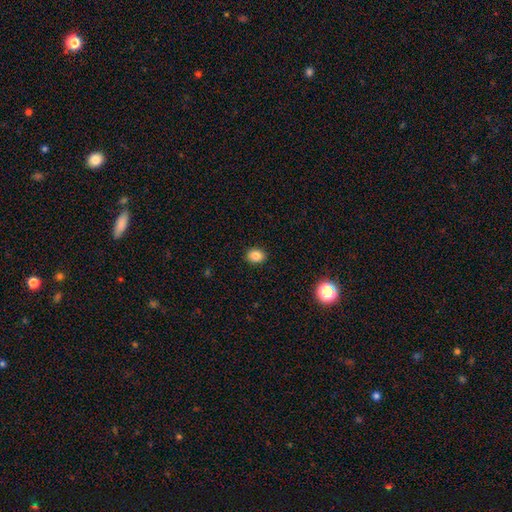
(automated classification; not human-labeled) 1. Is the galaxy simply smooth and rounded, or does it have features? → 85% smooth, 10% star or artifact, 5% featured or disk.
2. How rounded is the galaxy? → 53% in between, 46% round, 1% cigar-shaped.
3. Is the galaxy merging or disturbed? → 90% none, 7% minor disturbance, 2% major disturbance, 1% merger.